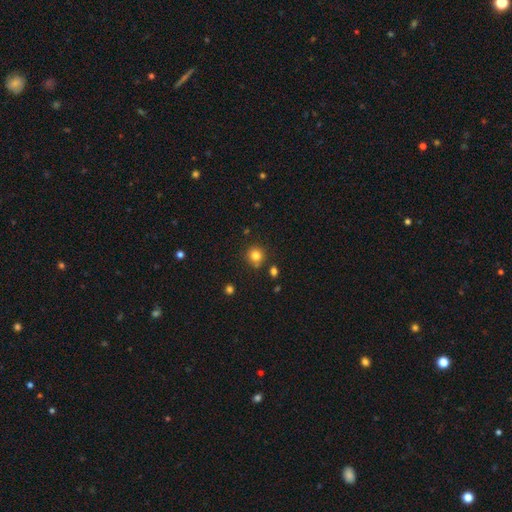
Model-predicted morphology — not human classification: This appears to be a smooth galaxy with no disk features (82%) that is round (91%). Merging: none (83%).